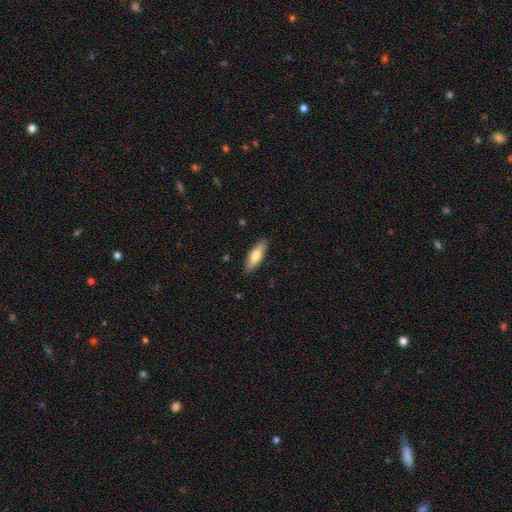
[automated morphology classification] Q: Smooth or featured?
A: smooth (71%); runner-up: featured or disk (24%)
Q: How rounded?
A: in between (59%); runner-up: cigar-shaped (40%)
Q: Merging?
A: none (88%); runner-up: minor disturbance (9%)